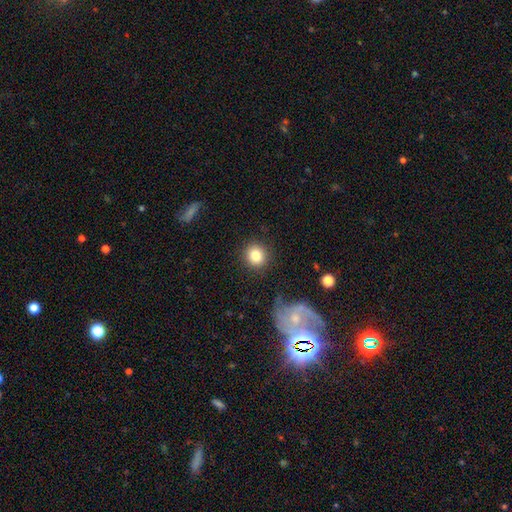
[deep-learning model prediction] smooth 84%, star or artifact 9%, featured or disk 8%. Down the decision tree: how rounded — round (89%); merging — none (87%).